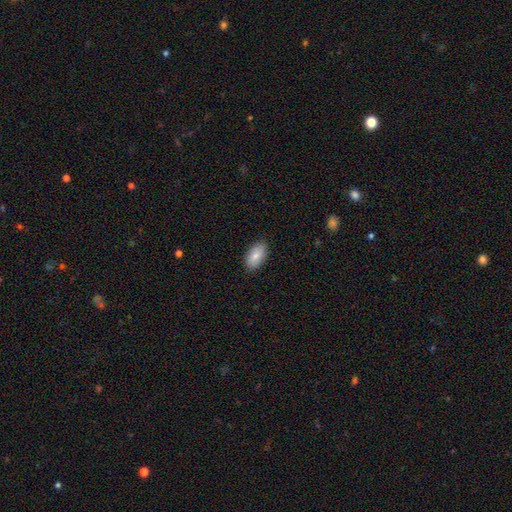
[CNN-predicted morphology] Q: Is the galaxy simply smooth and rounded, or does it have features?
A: smooth — 83%.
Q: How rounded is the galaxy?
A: in between — 93%.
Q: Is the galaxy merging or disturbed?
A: none — 88%.